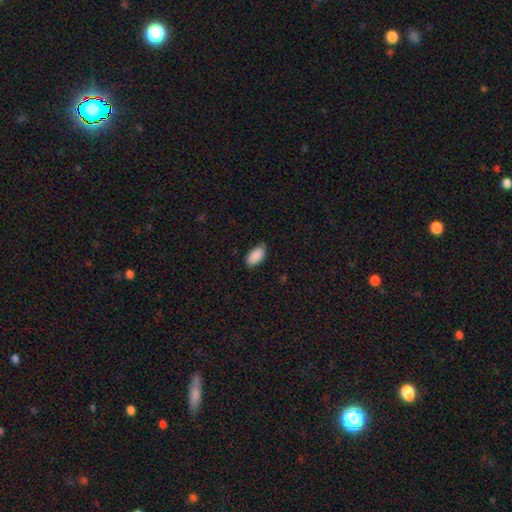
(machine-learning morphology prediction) A smooth galaxy with no disk features (90%) that is in between round and cigar-shaped (94%). Merging: none (77%).